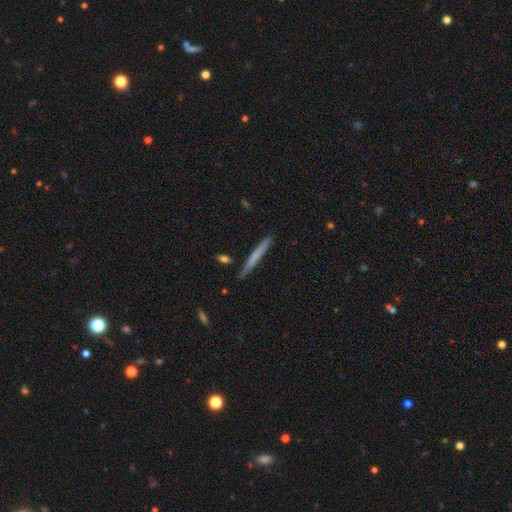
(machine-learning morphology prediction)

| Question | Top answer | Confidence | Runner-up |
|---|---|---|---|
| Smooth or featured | smooth | 61% | featured or disk (33%) |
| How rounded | cigar-shaped | 96% | in between (2%) |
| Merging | none | 83% | minor disturbance (12%) |